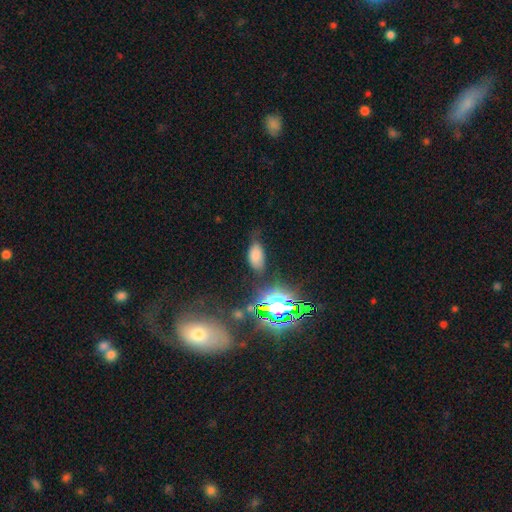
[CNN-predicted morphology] The model was most divided on "merging": none: 66%, minor disturbance: 23%, major disturbance: 8%, merger: 3%. More confident: how rounded — in between (92%); smooth or featured — smooth (69%).